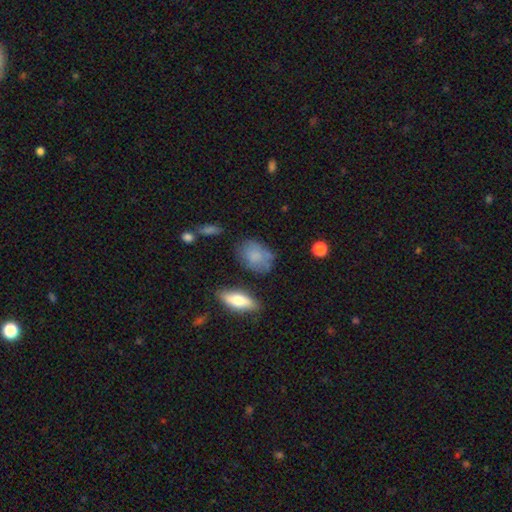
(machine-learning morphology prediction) Smooth or featured? smooth (79%)
How rounded? in between (72%)
Merging? none (61%)